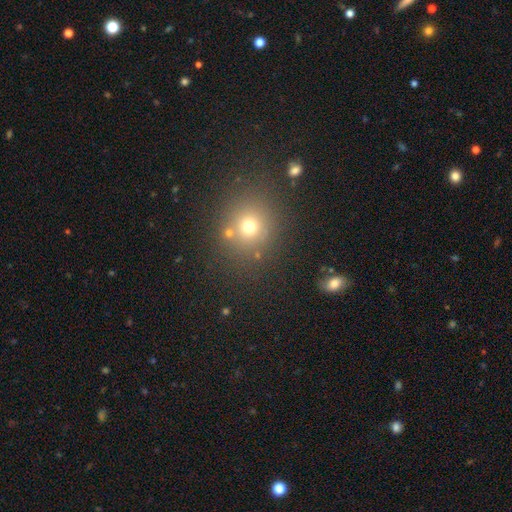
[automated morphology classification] smooth_or_featured: smooth (p=0.55) [alt: star or artifact p=0.36]
how_rounded: round (p=0.83) [alt: in between p=0.16]
merging: none (p=0.79) [alt: merger p=0.09]